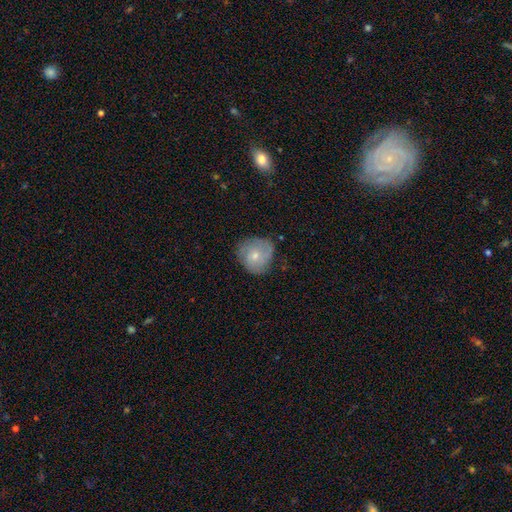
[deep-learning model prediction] Morphology: type=smooth (57%); roundness=round (83%); merging=none (64%).